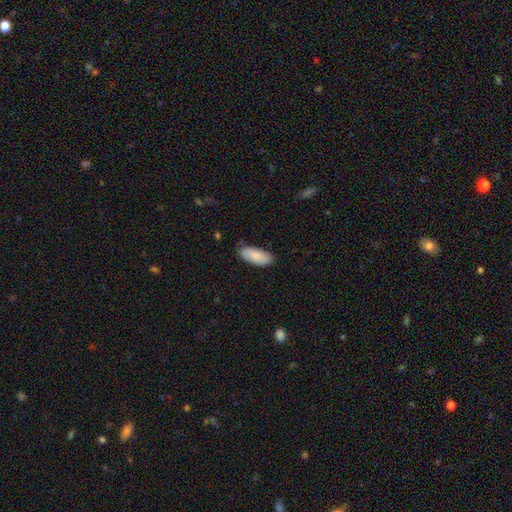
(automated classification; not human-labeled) smooth-or-featured: smooth: 88% | featured or disk: 7% | star or artifact: 6%
  how-rounded: in between: 82% | cigar-shaped: 16% | round: 2%
  merging: none: 83% | minor disturbance: 13% | major disturbance: 2% | merger: 1%